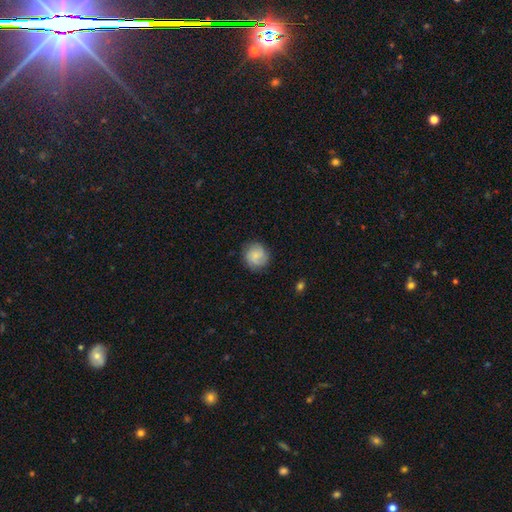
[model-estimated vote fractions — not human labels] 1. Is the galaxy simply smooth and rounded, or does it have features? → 54% smooth, 39% featured or disk, 8% star or artifact.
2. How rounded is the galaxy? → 88% round, 11% in between, 1% cigar-shaped.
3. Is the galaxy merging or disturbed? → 82% none, 13% minor disturbance, 4% major disturbance, 1% merger.